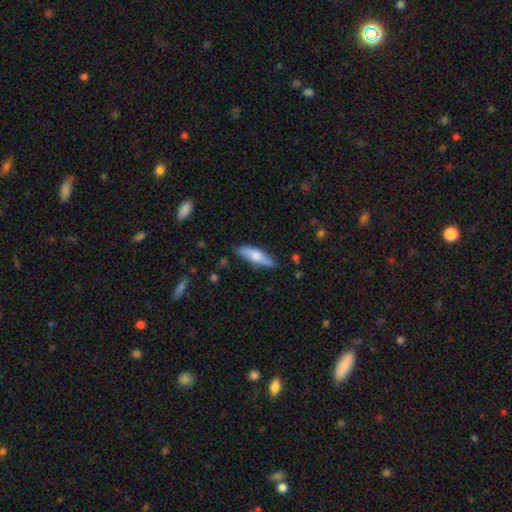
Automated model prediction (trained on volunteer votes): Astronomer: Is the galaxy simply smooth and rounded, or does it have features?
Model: smooth — 69%.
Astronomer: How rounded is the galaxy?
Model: cigar-shaped — 54% (runner-up: in between, 44%).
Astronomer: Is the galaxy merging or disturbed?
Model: none — 80%.